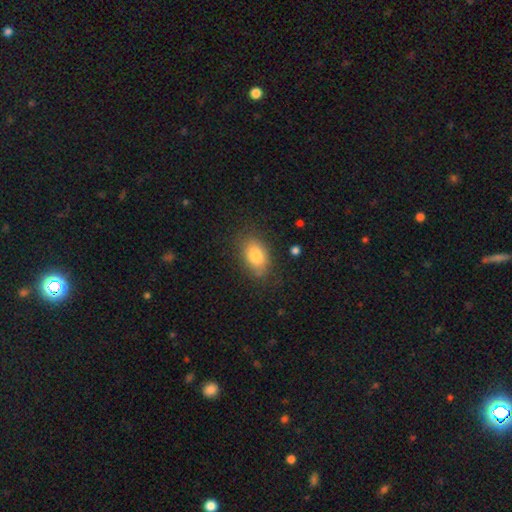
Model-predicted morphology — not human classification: Smooth or featured?
  - smooth: 81% *
  - featured or disk: 11%
  - star or artifact: 8%
How rounded?
  - in between: 86% *
  - round: 12%
  - cigar-shaped: 2%
Merging?
  - none: 77% *
  - minor disturbance: 16%
  - major disturbance: 5%
  - merger: 2%